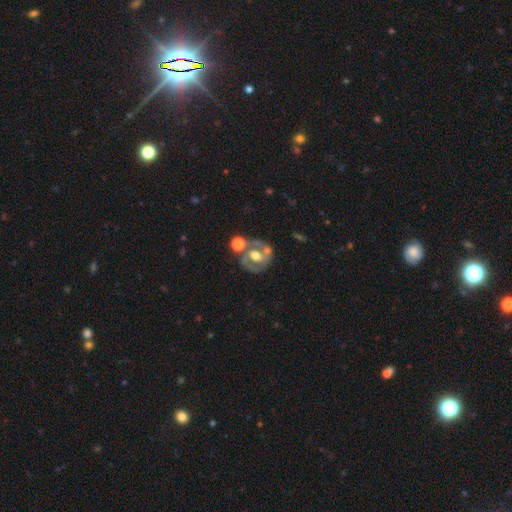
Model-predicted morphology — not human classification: This appears to be a featured or disk galaxy (70%) with no bar (48%), spiral arms (59%) and a moderate central bulge (65%). Merging: none (55%).